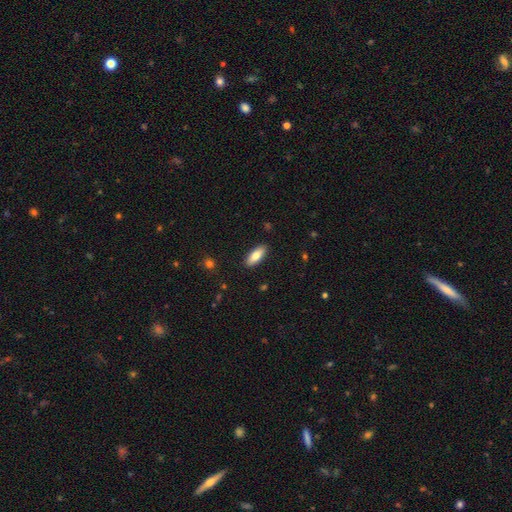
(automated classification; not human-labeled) This appears to be a smooth galaxy with no disk features (80%) that is in between round and cigar-shaped (77%). Merging: none (89%).